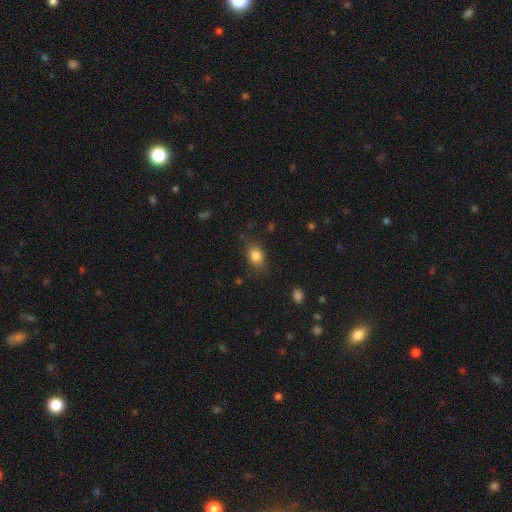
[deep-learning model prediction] smooth_or_featured: smooth (p=0.84) [alt: star or artifact p=0.10]
how_rounded: in between (p=0.59) [alt: round p=0.39]
merging: none (p=0.76) [alt: minor disturbance p=0.17]